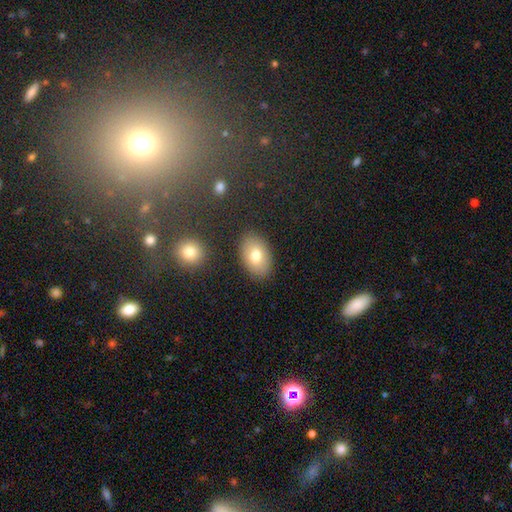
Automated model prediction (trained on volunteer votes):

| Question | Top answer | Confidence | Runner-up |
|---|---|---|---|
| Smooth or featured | smooth | 76% | featured or disk (16%) |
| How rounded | in between | 87% | round (12%) |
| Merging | none | 86% | minor disturbance (9%) |